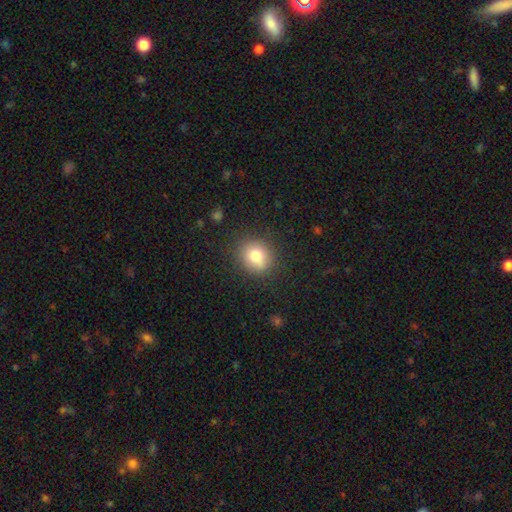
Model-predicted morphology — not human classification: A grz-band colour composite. It shows a smooth galaxy with no disk features (77%) that is round (79%). Merging: none (84%).